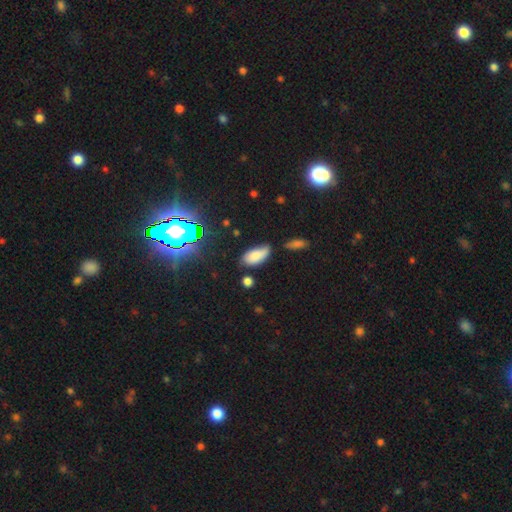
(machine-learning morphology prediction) A smooth galaxy with no disk features (78%) that is in between round and cigar-shaped (90%).

Vote fractions:
- Smooth or featured? smooth: 78% / star or artifact: 13% / featured or disk: 10%
- How rounded? in between: 90% / cigar-shaped: 7% / round: 3%
- Merging? none: 59% / minor disturbance: 27% / merger: 7% / major disturbance: 6%